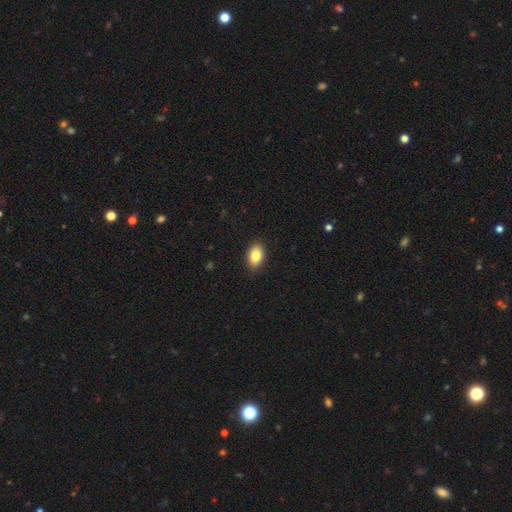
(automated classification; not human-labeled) Smooth or featured? smooth (85%)
How rounded? in between (88%)
Merging? none (89%)